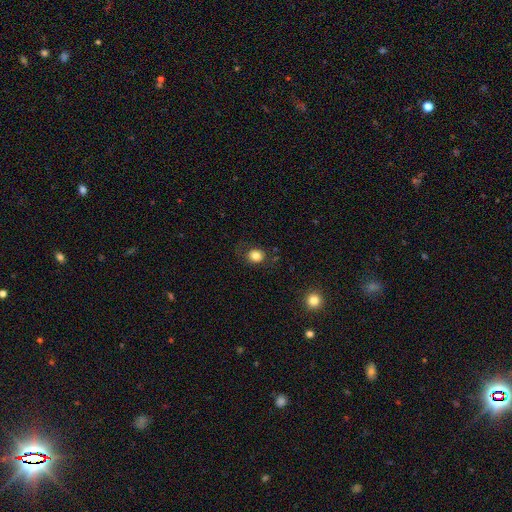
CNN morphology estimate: smooth-or-featured: smooth: 82% | star or artifact: 11% | featured or disk: 7%
  how-rounded: round: 72% | in between: 27% | cigar-shaped: 1%
  merging: none: 78% | minor disturbance: 15% | major disturbance: 6% | merger: 2%